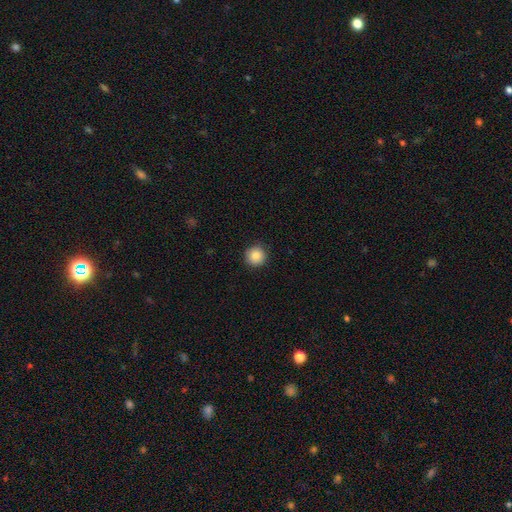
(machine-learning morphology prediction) A smooth galaxy with no disk features (87%) that is round (95%). Merging: none (90%).